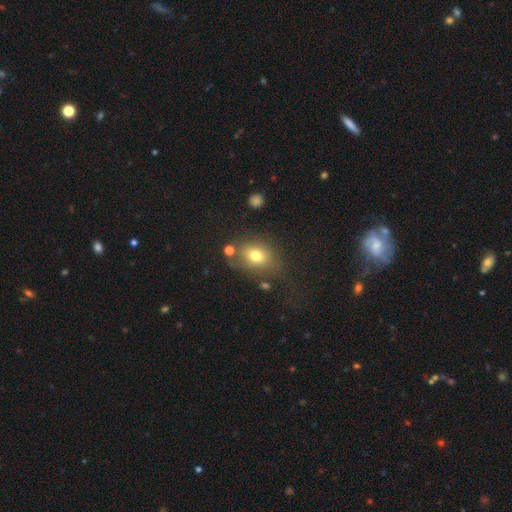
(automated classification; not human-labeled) This is likely a smooth galaxy (74%). How rounded: possibly in between (60%). Merging: likely none (64%).